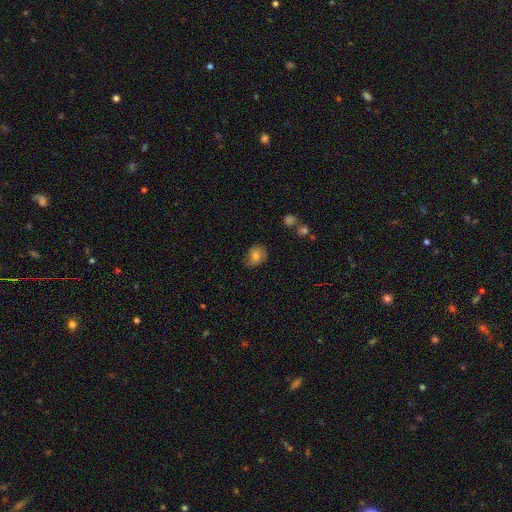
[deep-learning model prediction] Smooth or featured?
  - smooth: 74% *
  - featured or disk: 17%
  - star or artifact: 10%
How rounded?
  - in between: 55% *
  - round: 44%
  - cigar-shaped: 1%
Merging?
  - none: 74% *
  - minor disturbance: 19%
  - major disturbance: 5%
  - merger: 2%